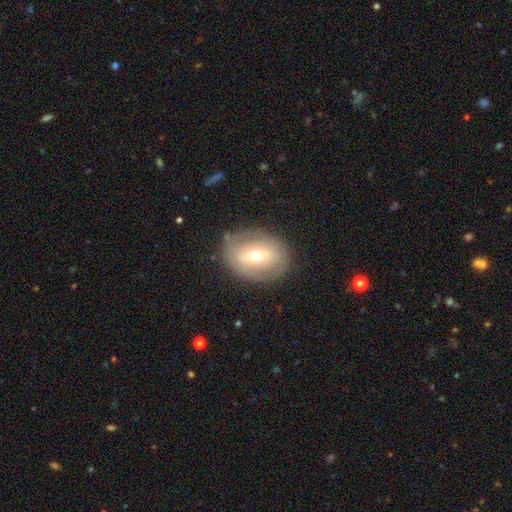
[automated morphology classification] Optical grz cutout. It shows a featured or disk galaxy (49%). Merging: none (80%).